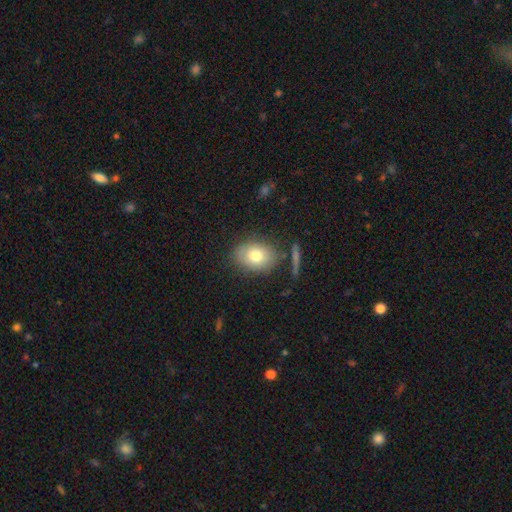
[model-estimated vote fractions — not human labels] A smooth galaxy with no disk features (74%) that is in between round and cigar-shaped (70%).

Vote fractions:
- Smooth or featured? smooth: 74% / featured or disk: 17% / star or artifact: 9%
- How rounded? in between: 70% / round: 28% / cigar-shaped: 1%
- Merging? none: 79% / minor disturbance: 13% / major disturbance: 4% / merger: 4%